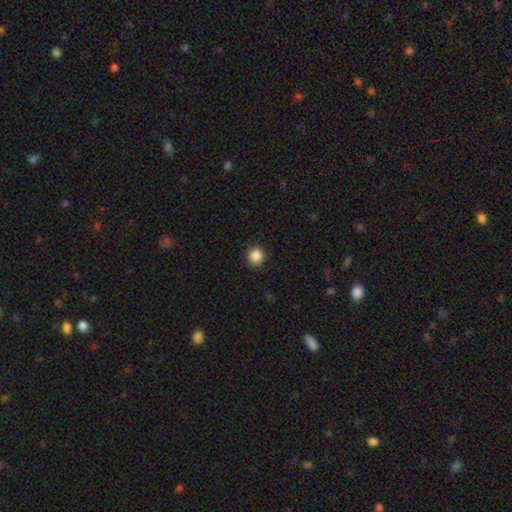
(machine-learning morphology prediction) type=smooth (88%); roundness=round (93%); merging=none (92%).